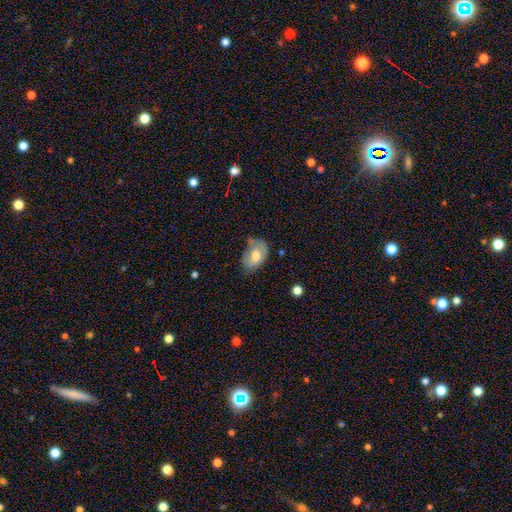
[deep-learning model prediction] Smooth or featured?
  - smooth: 63% *
  - featured or disk: 30%
  - star or artifact: 7%
How rounded?
  - in between: 86% *
  - round: 13%
  - cigar-shaped: 1%
Merging?
  - none: 46% *
  - minor disturbance: 37%
  - major disturbance: 12%
  - merger: 5%